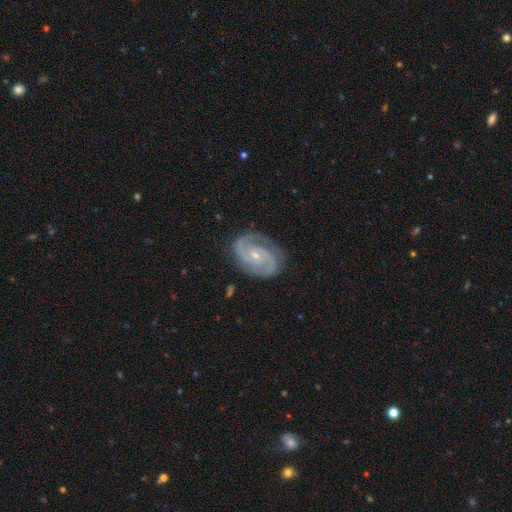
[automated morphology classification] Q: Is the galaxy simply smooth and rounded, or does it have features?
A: featured or disk — 91%.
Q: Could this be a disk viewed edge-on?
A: no — 98%.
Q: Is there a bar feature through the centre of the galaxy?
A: no — 66%.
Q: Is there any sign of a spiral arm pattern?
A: yes — 98%.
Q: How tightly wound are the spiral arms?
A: tight — 49%.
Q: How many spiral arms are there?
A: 2 — 83%.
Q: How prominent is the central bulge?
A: small — 71%.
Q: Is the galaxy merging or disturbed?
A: none — 80%.